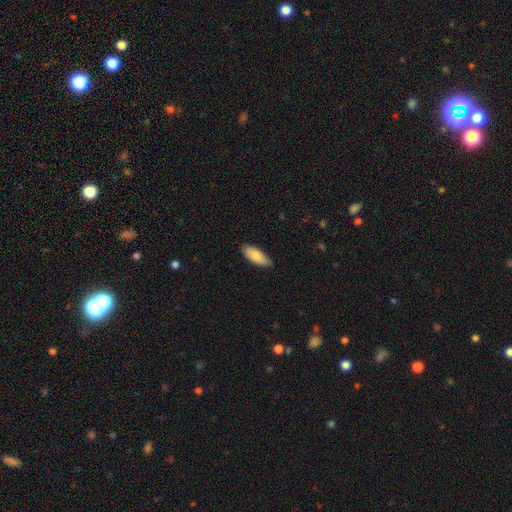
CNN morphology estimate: A smooth galaxy with no disk features (82%) that is in between round and cigar-shaped (80%).

Vote fractions:
- Smooth or featured? smooth: 82% / featured or disk: 12% / star or artifact: 5%
- How rounded? in between: 80% / cigar-shaped: 18% / round: 2%
- Merging? none: 87% / minor disturbance: 11% / major disturbance: 2% / merger: 1%